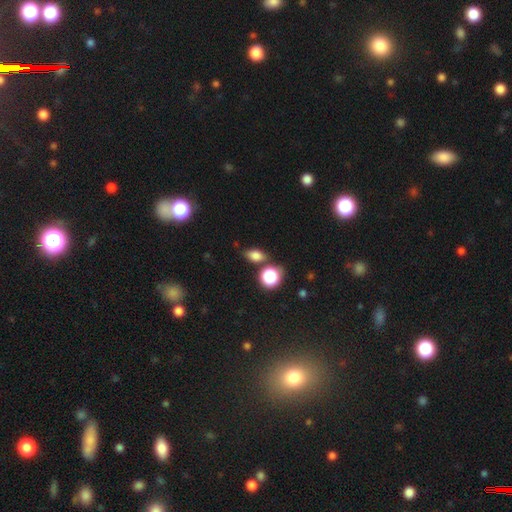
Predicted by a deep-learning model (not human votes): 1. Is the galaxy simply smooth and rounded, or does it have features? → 77% smooth, 15% star or artifact, 8% featured or disk.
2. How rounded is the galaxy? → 74% in between, 22% round, 4% cigar-shaped.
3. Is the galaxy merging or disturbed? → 71% none, 15% minor disturbance, 10% merger, 4% major disturbance.